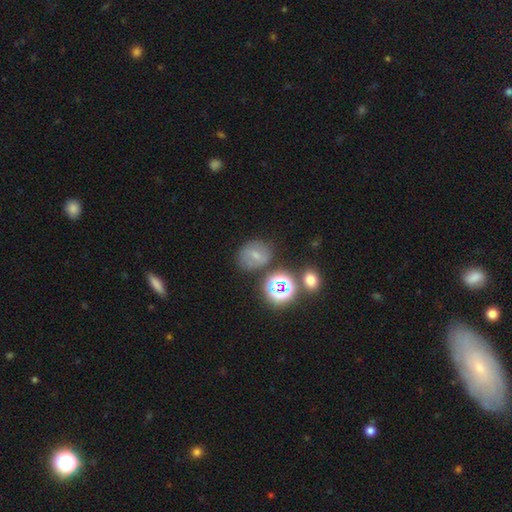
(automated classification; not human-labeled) This is possibly a smooth galaxy (49%). Merging: likely none (69%).